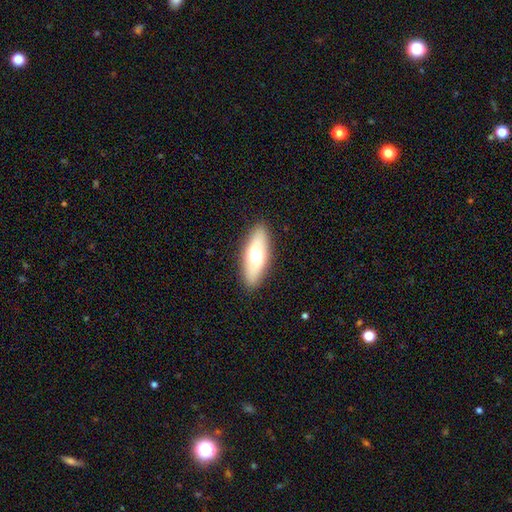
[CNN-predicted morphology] This appears to be a smooth galaxy with no disk features (58%) that is in between round and cigar-shaped (66%). Merging: none (89%).